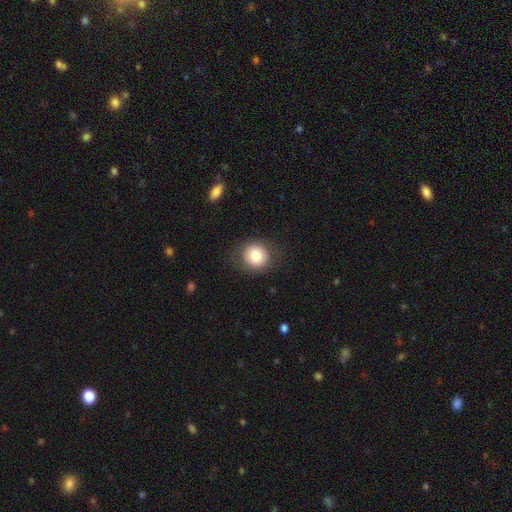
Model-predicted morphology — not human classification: Overall: smooth (80%). How rounded: round (87%). Merging: none (84%).